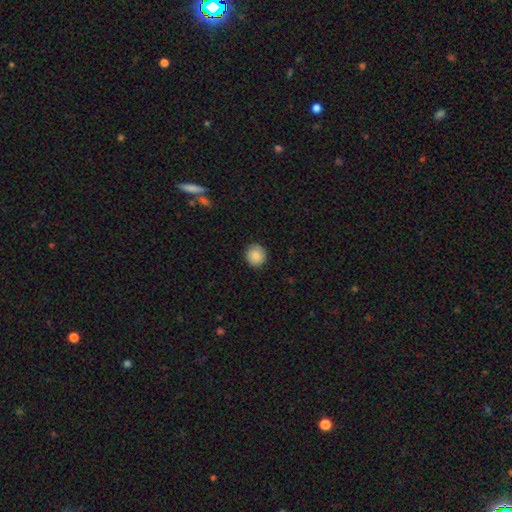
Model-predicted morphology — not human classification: smooth 87%, star or artifact 8%, featured or disk 5%. Down the decision tree: how rounded — round (93%); merging — none (91%).